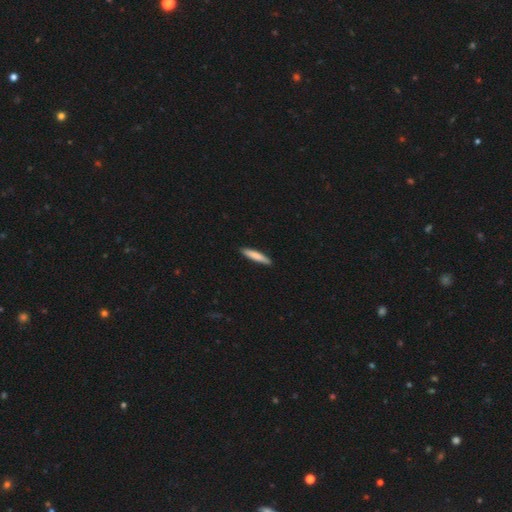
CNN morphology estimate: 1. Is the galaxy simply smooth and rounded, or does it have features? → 81% smooth, 14% featured or disk, 5% star or artifact.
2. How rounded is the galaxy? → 90% cigar-shaped, 8% in between, 1% round.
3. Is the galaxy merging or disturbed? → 91% none, 7% minor disturbance, 1% major disturbance, 1% merger.